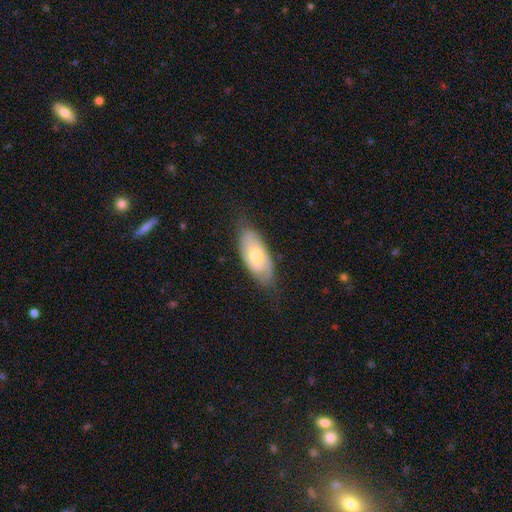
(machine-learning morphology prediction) Q: Smooth or featured?
A: featured or disk (48%); runner-up: smooth (43%)
Q: Merging?
A: none (75%); runner-up: minor disturbance (19%)